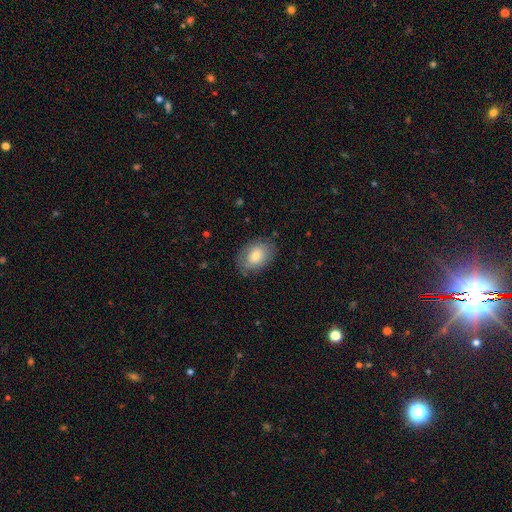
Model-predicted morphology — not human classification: This is likely a smooth galaxy (68%). How rounded: likely in between (78%). Merging: likely none (77%).